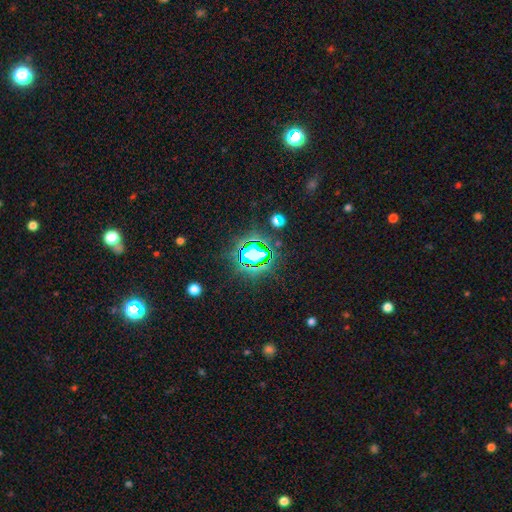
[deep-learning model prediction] Overall: star or artifact (81%).